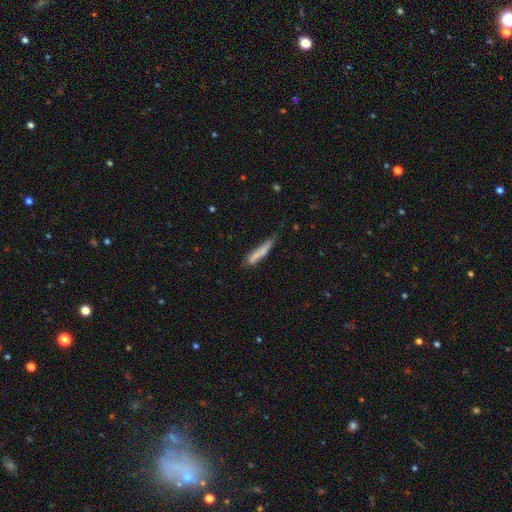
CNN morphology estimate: A smooth galaxy with no disk features (64%) that is cigar-shaped (92%). Merging: none (57%).